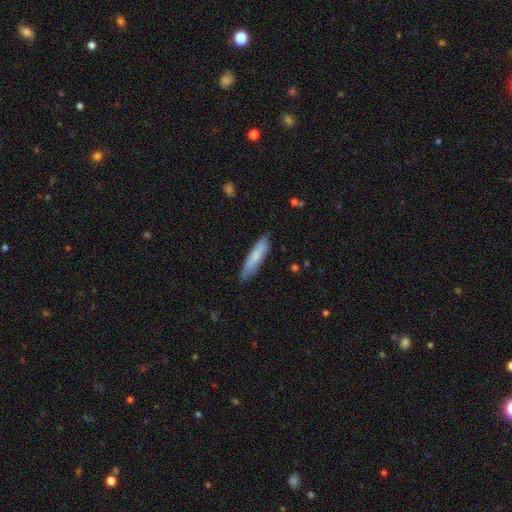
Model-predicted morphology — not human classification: Q: Smooth or featured?
A: smooth (73%); runner-up: featured or disk (22%)
Q: How rounded?
A: cigar-shaped (79%); runner-up: in between (19%)
Q: Merging?
A: none (83%); runner-up: minor disturbance (14%)